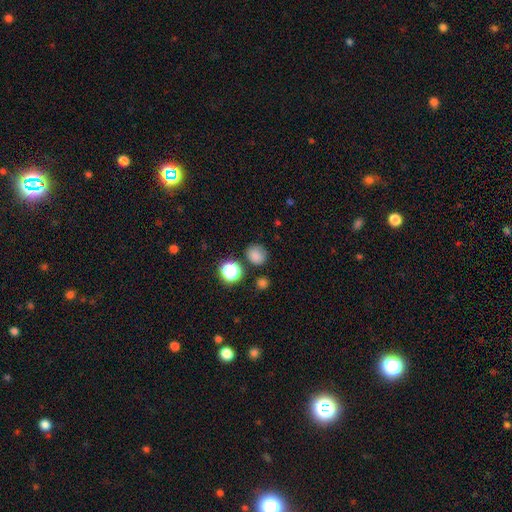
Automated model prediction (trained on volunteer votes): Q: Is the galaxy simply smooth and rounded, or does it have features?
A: smooth — 79%.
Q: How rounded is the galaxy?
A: round — 73%.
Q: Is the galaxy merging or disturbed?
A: none — 73%.